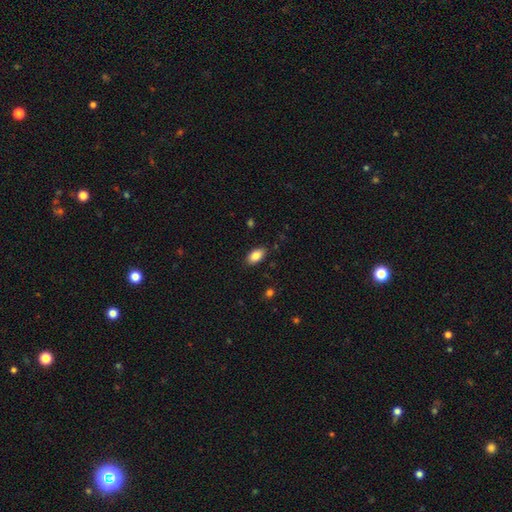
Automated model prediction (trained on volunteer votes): A smooth galaxy with no disk features (85%) that is in between round and cigar-shaped (93%).

Vote fractions:
- Smooth or featured? smooth: 85% / star or artifact: 8% / featured or disk: 7%
- How rounded? in between: 93% / round: 4% / cigar-shaped: 3%
- Merging? none: 86% / minor disturbance: 10% / major disturbance: 2% / merger: 1%